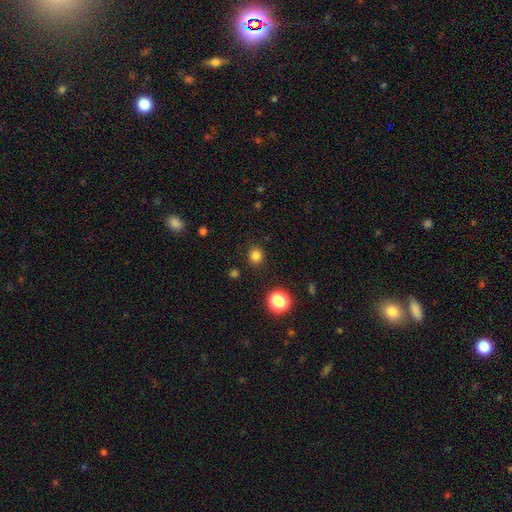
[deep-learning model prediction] smooth-or-featured: smooth: 81% | star or artifact: 15% | featured or disk: 4%
  how-rounded: round: 88% | in between: 11% | cigar-shaped: 1%
  merging: none: 89% | minor disturbance: 7% | major disturbance: 2% | merger: 2%